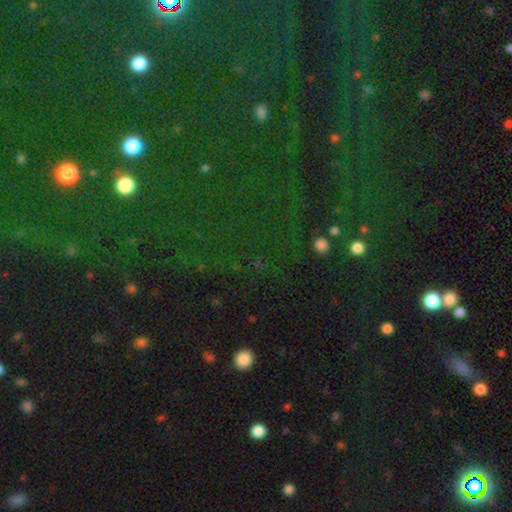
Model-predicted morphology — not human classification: This is likely a star or artifact rather than a galaxy (78%).